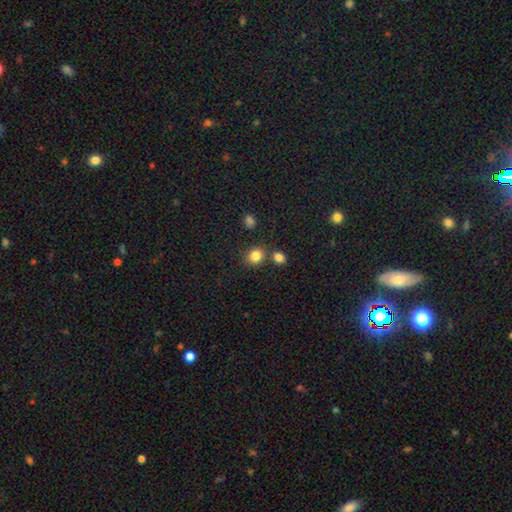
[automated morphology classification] Smooth or featured: smooth — 83% (star or artifact — 12%)
How rounded: round — 69% (in between — 30%)
Merging: none — 71% (merger — 16%)